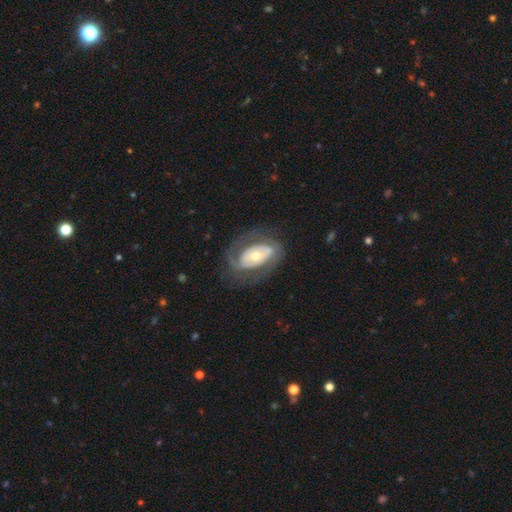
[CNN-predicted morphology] This appears to be a featured or disk galaxy (73%) with no bar (63%), spiral arms (71%) and a moderate central bulge (59%). Merging: none (66%).